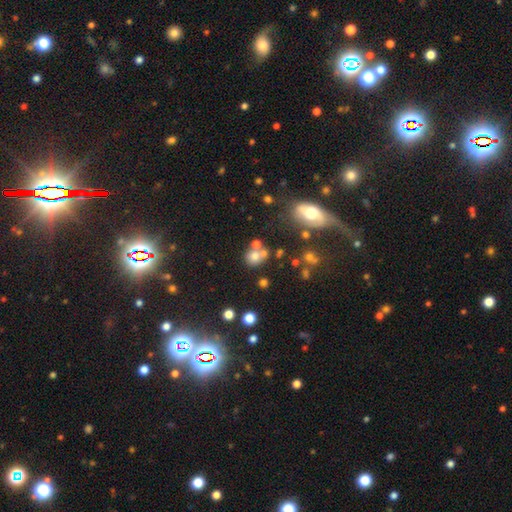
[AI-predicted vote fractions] smooth_or_featured: smooth (p=0.70) [alt: star or artifact p=0.16]
how_rounded: round (p=0.75) [alt: in between p=0.24]
merging: none (p=0.50) [alt: merger p=0.33]